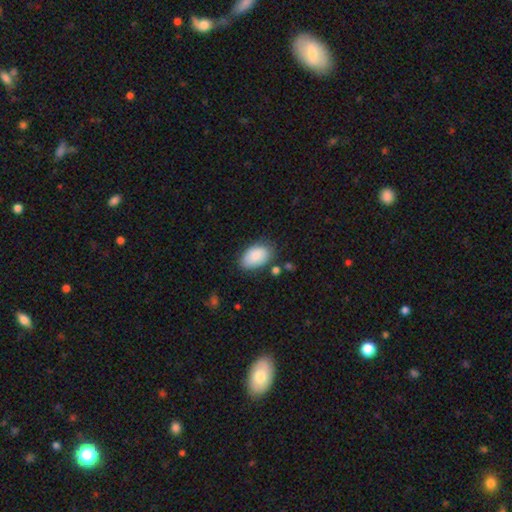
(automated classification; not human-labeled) This appears to be a smooth galaxy with no disk features (86%) that is in between round and cigar-shaped (93%). Merging: none (71%).